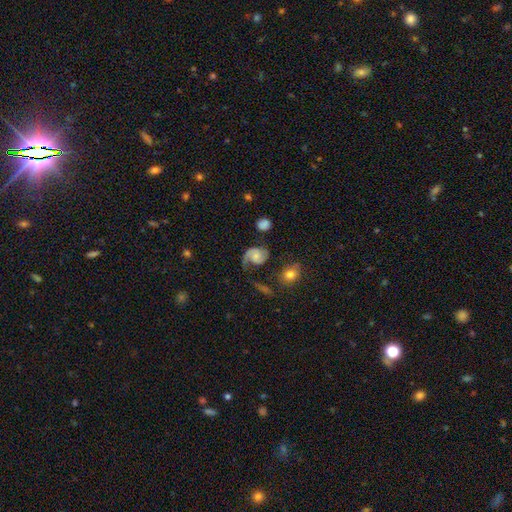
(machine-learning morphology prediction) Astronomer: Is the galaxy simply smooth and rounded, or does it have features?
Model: featured or disk — 72%.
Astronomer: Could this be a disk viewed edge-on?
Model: no — 98%.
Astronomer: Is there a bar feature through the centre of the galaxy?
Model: no — 72%.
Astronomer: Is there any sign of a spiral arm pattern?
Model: yes — 92%.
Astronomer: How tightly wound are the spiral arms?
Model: medium — 40% (runner-up: loose, 36%).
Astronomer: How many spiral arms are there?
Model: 1 — 53% (runner-up: 2, 39%).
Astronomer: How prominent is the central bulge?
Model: small — 44% (runner-up: moderate, 34%).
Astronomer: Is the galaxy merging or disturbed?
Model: none — 42% (runner-up: major disturbance, 33%).